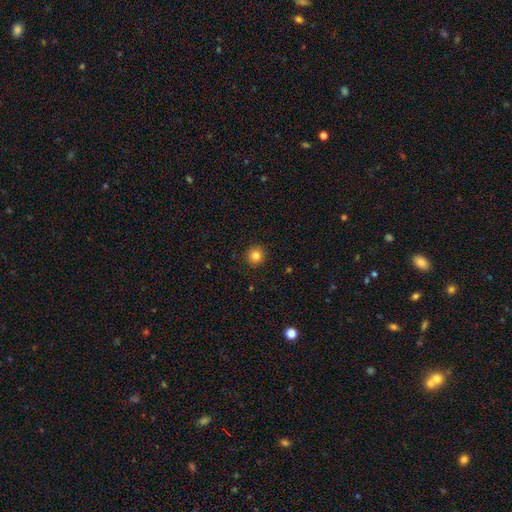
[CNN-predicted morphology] Smooth or featured? Predicted: smooth (p=0.84). How rounded? Predicted: round (p=0.94). Merging? Predicted: none (p=0.92).